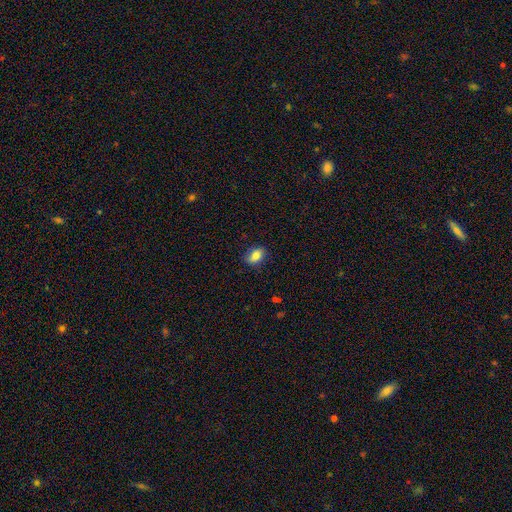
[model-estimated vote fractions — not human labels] This is likely a smooth galaxy (78%). How rounded: clearly in between (81%). Merging: clearly none (81%).